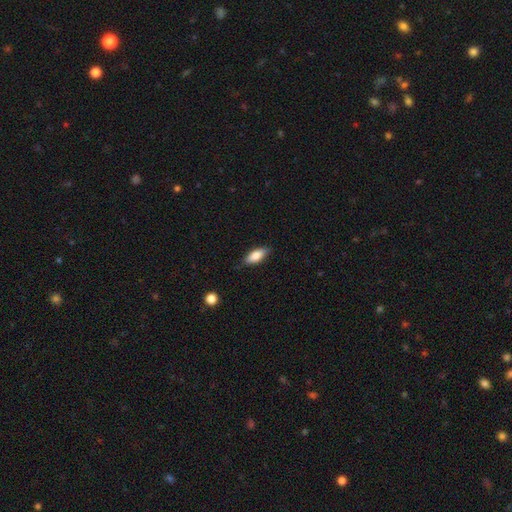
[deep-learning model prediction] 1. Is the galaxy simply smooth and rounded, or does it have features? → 77% smooth, 17% featured or disk, 7% star or artifact.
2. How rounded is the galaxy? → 77% in between, 21% cigar-shaped, 2% round.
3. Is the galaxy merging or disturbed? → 81% none, 15% minor disturbance, 3% major disturbance, 1% merger.